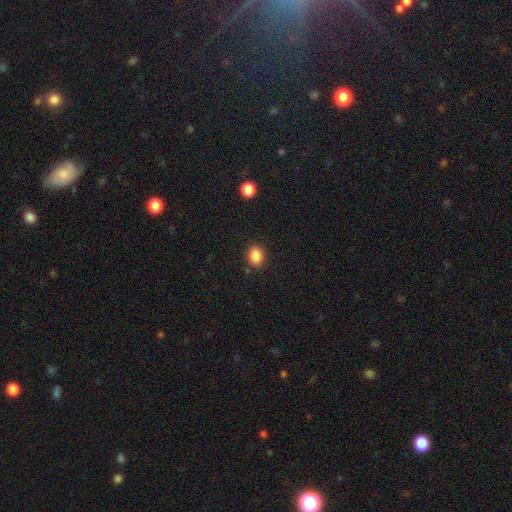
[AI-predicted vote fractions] A smooth galaxy with no disk features (87%) that is round (51%). Merging: none (88%).